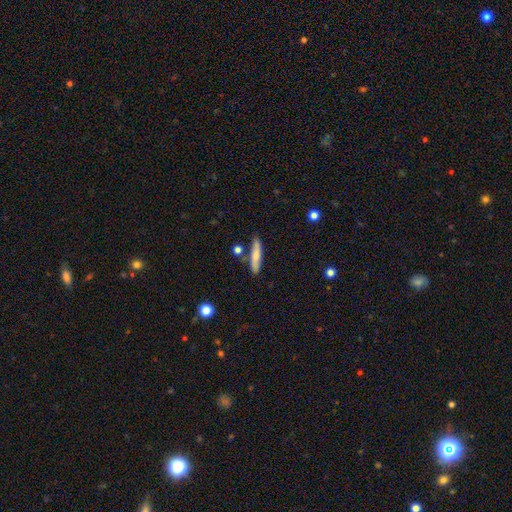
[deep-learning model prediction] A smooth galaxy with no disk features (71%) that is cigar-shaped (84%).

Vote fractions:
- Smooth or featured? smooth: 71% / featured or disk: 23% / star or artifact: 6%
- How rounded? cigar-shaped: 84% / in between: 14% / round: 2%
- Merging? none: 79% / minor disturbance: 13% / merger: 6% / major disturbance: 3%